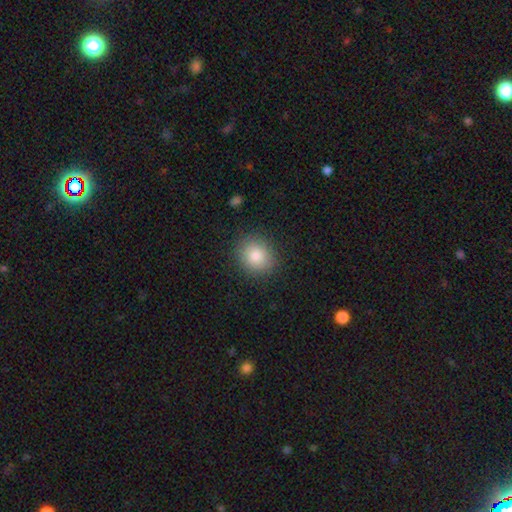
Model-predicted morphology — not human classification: A smooth galaxy with no disk features (84%) that is round (71%). Merging: none (88%).